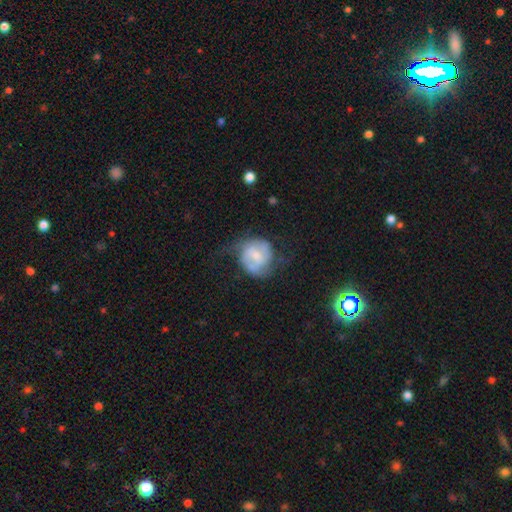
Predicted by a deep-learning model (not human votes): This is possibly a featured or disk galaxy (54%). It is clearly not viewed edge-on (97%). Bar: possibly weak (46%). Spiral arm pattern: likely yes (69%). Central bulge: marginally small (43%). Merging: marginally none (43%).